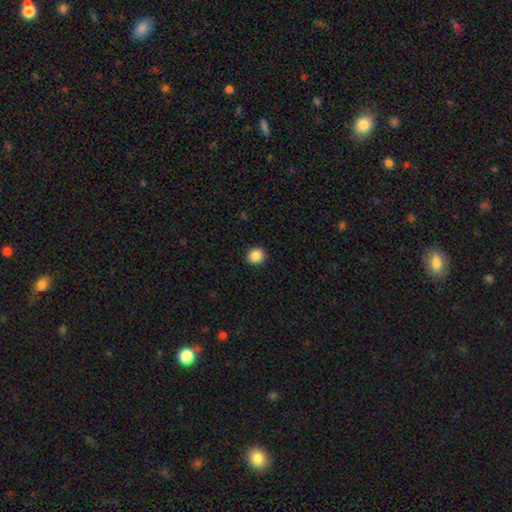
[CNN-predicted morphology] Smooth or featured? Predicted: smooth (p=0.88). How rounded? Predicted: round (p=0.87). Merging? Predicted: none (p=0.92).